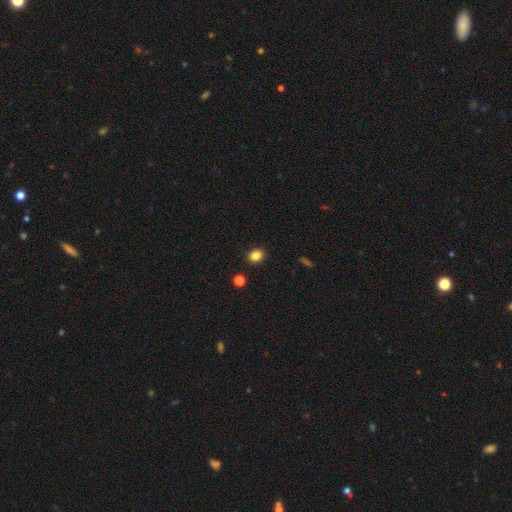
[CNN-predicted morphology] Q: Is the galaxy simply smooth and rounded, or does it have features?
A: smooth — 85%.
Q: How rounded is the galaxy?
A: in between — 58%.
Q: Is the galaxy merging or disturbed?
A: none — 88%.